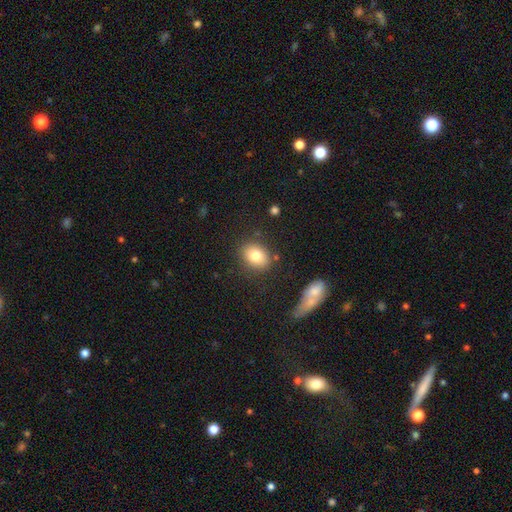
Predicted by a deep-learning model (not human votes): Q: Smooth or featured?
A: smooth (79%); runner-up: featured or disk (11%)
Q: How rounded?
A: in between (58%); runner-up: round (41%)
Q: Merging?
A: none (81%); runner-up: minor disturbance (11%)